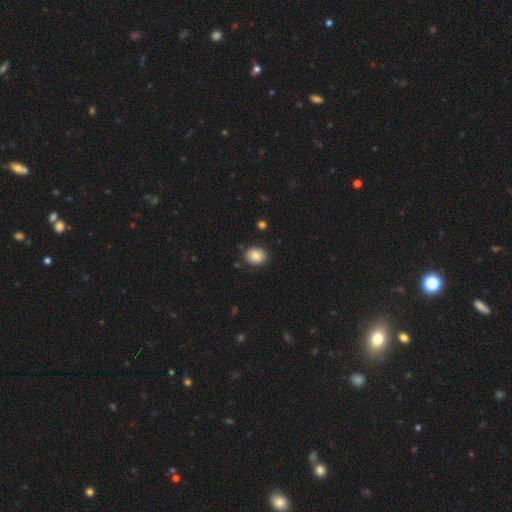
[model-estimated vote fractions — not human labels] Overall: smooth (85%). How rounded: round (63%; in between 36%). Merging: none (87%).